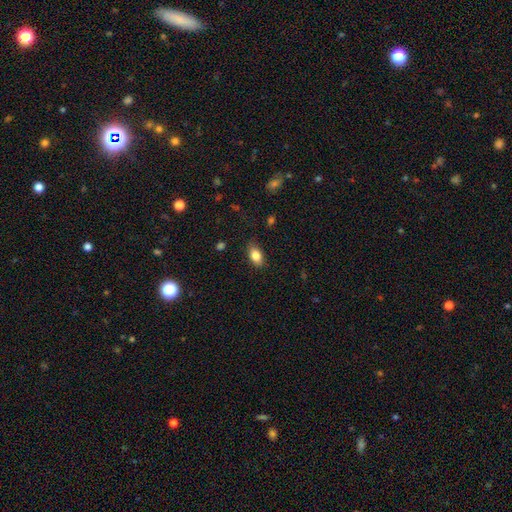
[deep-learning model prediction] Morphology: type=smooth (84%); roundness=in between (89%); merging=none (84%).